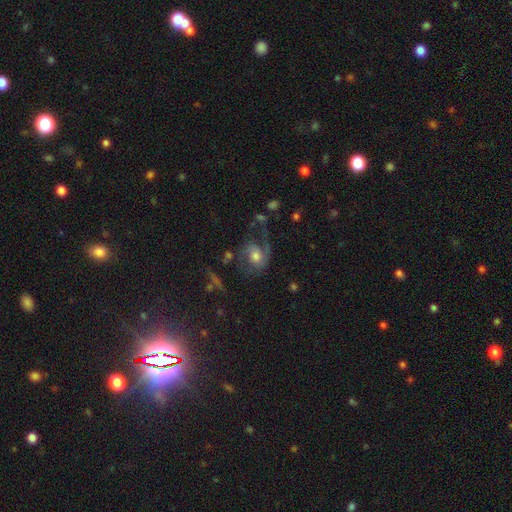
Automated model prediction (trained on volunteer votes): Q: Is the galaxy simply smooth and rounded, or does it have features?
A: featured or disk — 68%.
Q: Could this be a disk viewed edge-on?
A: no — 97%.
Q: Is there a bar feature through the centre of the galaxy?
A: no — 67%.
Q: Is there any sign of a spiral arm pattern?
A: yes — 87%.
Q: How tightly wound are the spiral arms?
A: medium — 43%.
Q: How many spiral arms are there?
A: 2 — 49%.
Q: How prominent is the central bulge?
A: moderate — 62%.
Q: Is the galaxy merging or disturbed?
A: none — 43%.